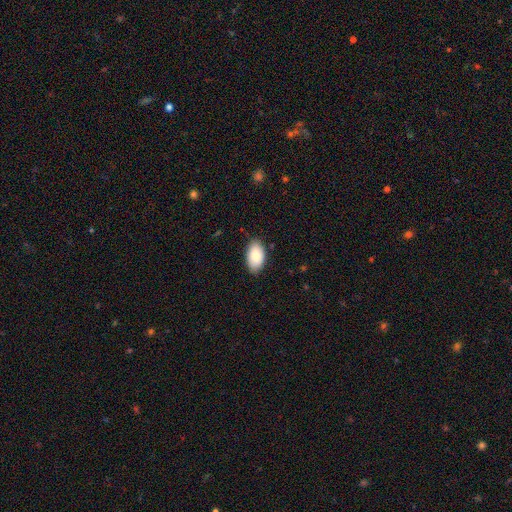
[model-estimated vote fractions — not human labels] Q: Smooth or featured?
A: smooth (88%); runner-up: star or artifact (6%)
Q: How rounded?
A: in between (95%); runner-up: round (4%)
Q: Merging?
A: none (81%); runner-up: minor disturbance (15%)